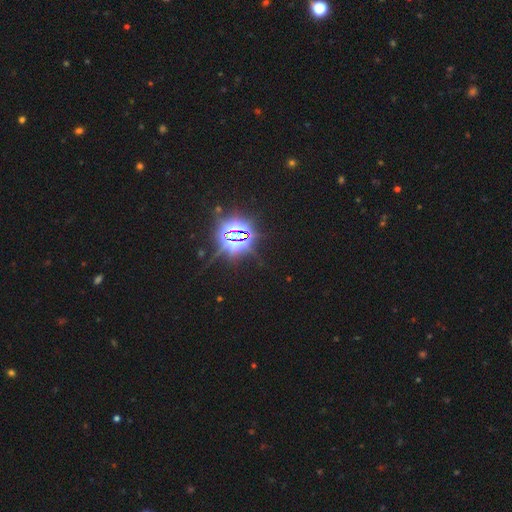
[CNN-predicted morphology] Overall: star or artifact (85%).